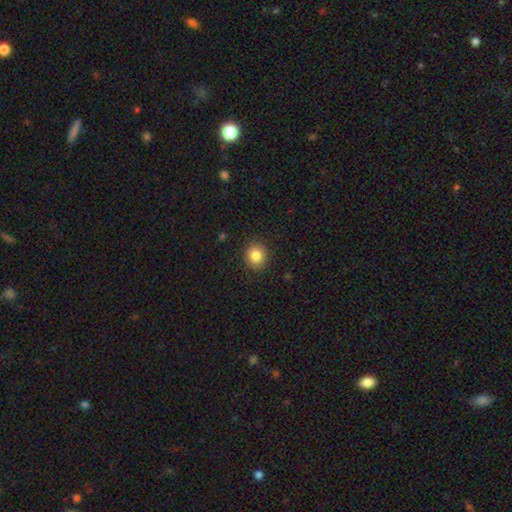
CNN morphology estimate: Q: Smooth or featured?
A: smooth (84%); runner-up: star or artifact (10%)
Q: How rounded?
A: round (81%); runner-up: in between (18%)
Q: Merging?
A: none (90%); runner-up: minor disturbance (7%)